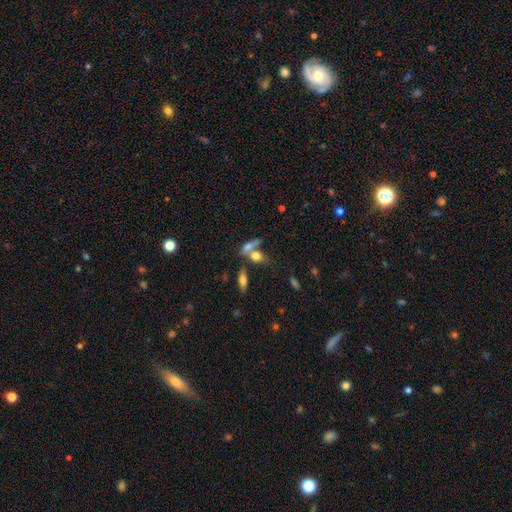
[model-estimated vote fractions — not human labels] Q: Smooth or featured?
A: smooth (64%); runner-up: featured or disk (24%)
Q: How rounded?
A: in between (67%); runner-up: cigar-shaped (20%)
Q: Merging?
A: merger (46%); runner-up: none (38%)